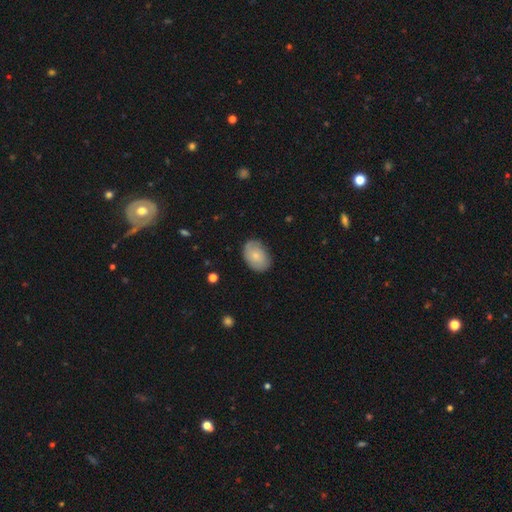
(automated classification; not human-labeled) Overall: smooth (70%). How rounded: in between (82%). Merging: none (77%).